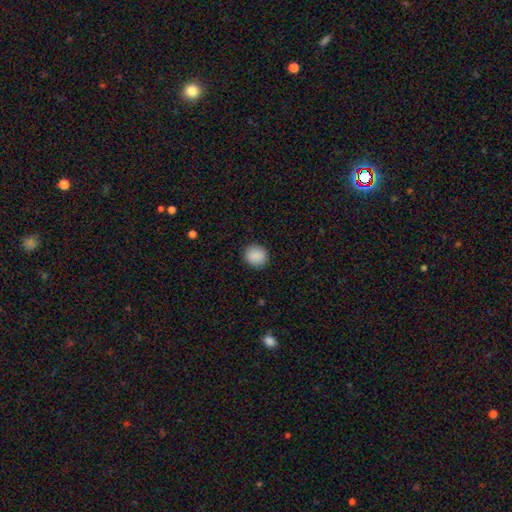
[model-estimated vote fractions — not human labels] This appears to be a smooth galaxy with no disk features (90%) that is round (83%). Merging: none (90%).